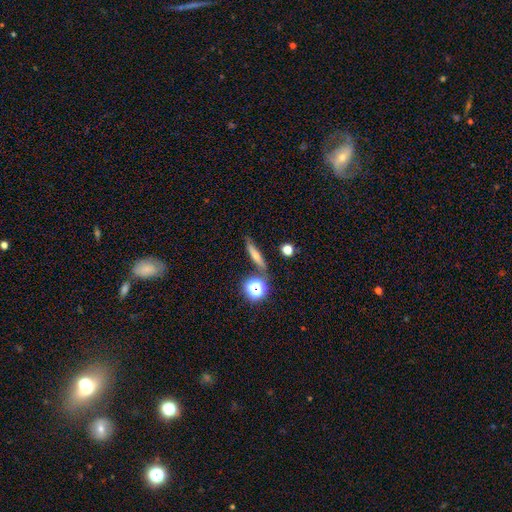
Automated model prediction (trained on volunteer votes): Smooth or featured: smooth — 52% (featured or disk — 33%)
How rounded: cigar-shaped — 73% (in between — 14%)
Merging: none — 79% (minor disturbance — 12%)